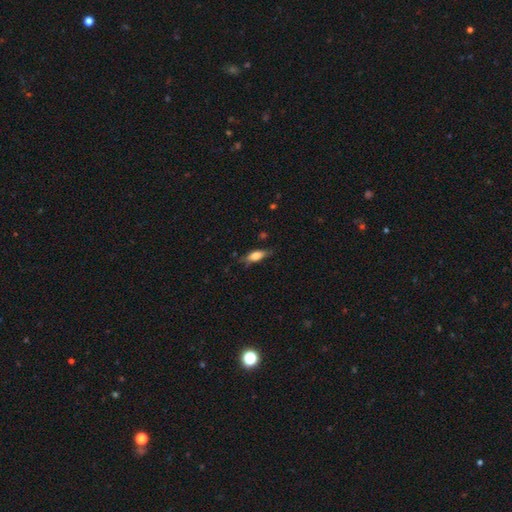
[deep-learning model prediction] Smooth or featured? Predicted: smooth (p=0.69). How rounded? Predicted: in between (p=0.68). Merging? Predicted: none (p=0.70).